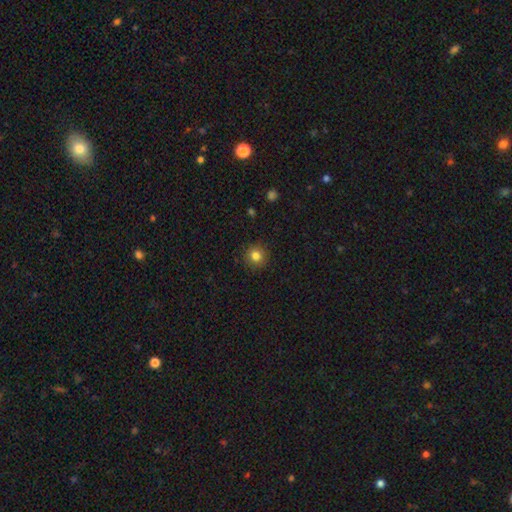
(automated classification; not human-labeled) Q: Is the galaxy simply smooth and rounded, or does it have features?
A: smooth — 82%.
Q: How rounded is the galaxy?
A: round — 92%.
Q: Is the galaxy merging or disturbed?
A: none — 90%.